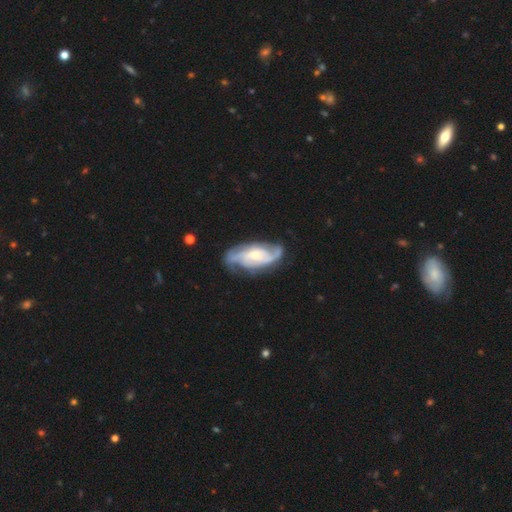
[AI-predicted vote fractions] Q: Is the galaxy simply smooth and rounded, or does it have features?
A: featured or disk — 87%.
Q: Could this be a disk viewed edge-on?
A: no — 95%.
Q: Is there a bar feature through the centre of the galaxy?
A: no — 48%.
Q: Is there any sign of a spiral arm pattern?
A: yes — 96%.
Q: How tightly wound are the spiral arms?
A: medium — 46%.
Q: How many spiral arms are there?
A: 2 — 51%.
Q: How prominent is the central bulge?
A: small — 46%.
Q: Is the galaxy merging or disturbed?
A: none — 70%.